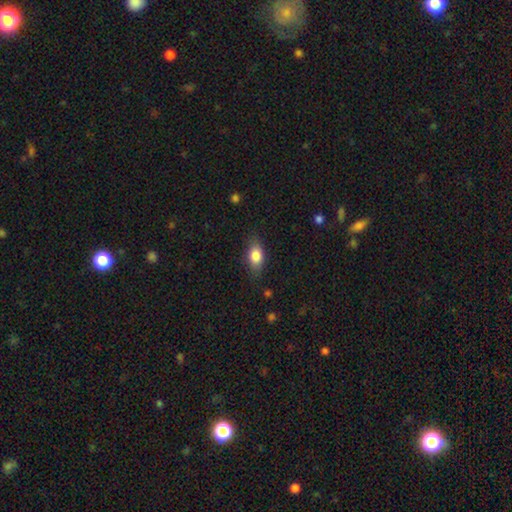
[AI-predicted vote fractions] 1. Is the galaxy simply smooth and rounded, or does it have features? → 82% smooth, 11% featured or disk, 8% star or artifact.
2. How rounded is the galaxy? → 84% in between, 10% round, 6% cigar-shaped.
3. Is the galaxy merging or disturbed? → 80% none, 16% minor disturbance, 4% major disturbance, 1% merger.